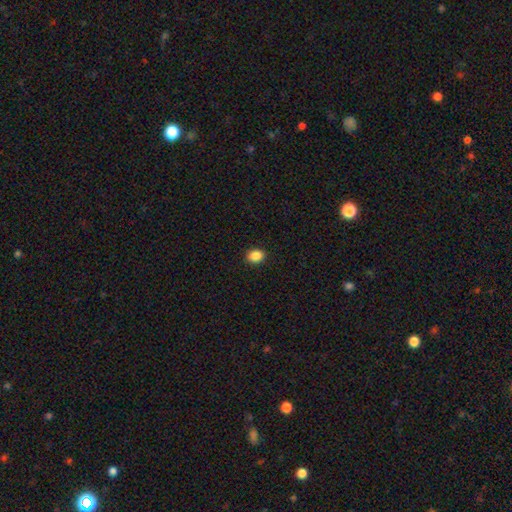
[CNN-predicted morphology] Smooth or featured? smooth (88%)
How rounded? in between (54%)
Merging? none (91%)